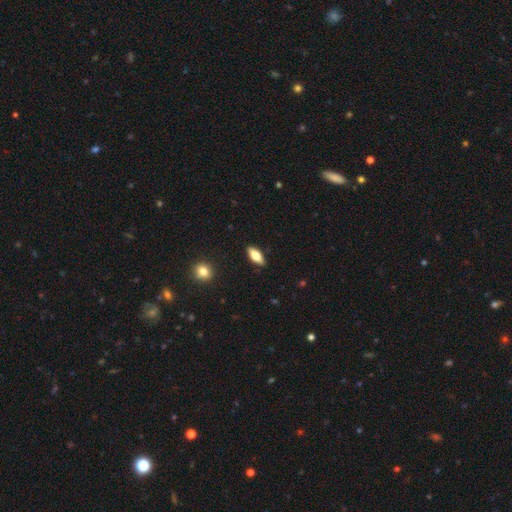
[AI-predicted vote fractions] Overall: smooth (66%; featured or disk 28%). How rounded: in between (77%). Merging: none (89%).